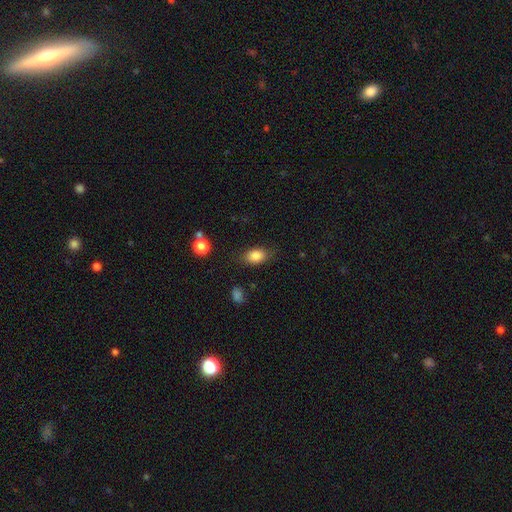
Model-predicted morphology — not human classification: Overall: smooth (84%). How rounded: in between (83%). Merging: none (78%).